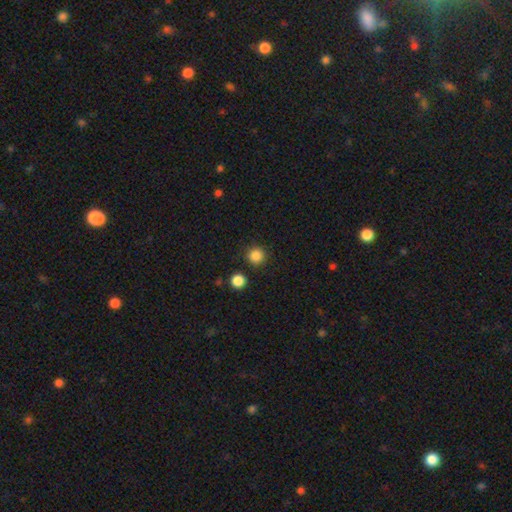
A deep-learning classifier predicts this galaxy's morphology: Smooth or featured?
  - smooth: 85% *
  - star or artifact: 11%
  - featured or disk: 3%
How rounded?
  - round: 95% *
  - in between: 4%
  - cigar-shaped: 1%
Merging?
  - none: 88% *
  - minor disturbance: 6%
  - merger: 3%
  - major disturbance: 2%